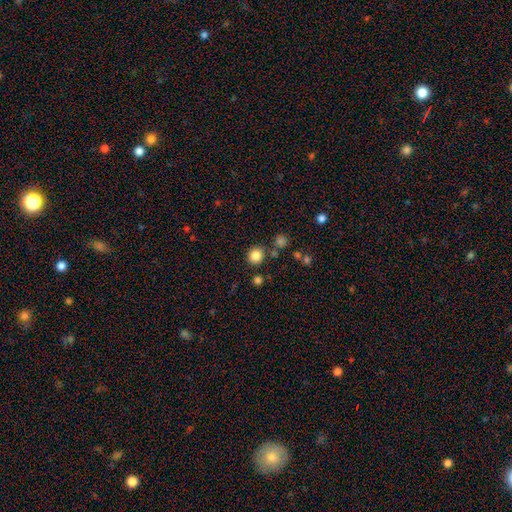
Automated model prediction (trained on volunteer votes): Overall: smooth (84%). How rounded: round (89%). Merging: none (84%).